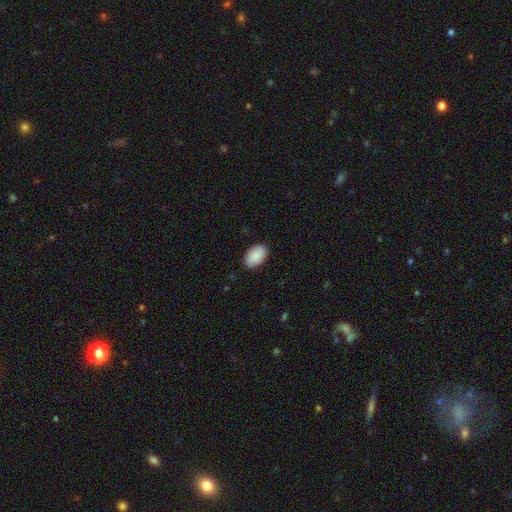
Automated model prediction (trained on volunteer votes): smooth_or_featured: smooth (p=0.91) [alt: star or artifact p=0.06]
how_rounded: in between (p=0.94) [alt: round p=0.05]
merging: none (p=0.86) [alt: minor disturbance p=0.11]